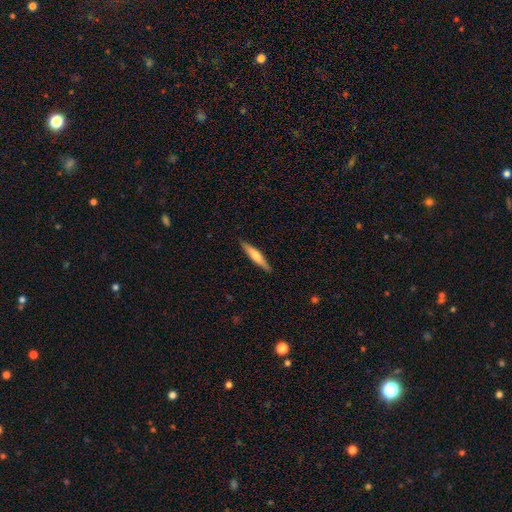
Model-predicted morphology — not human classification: This appears to be a smooth galaxy with no disk features (58%) that is cigar-shaped (90%). Merging: none (89%).